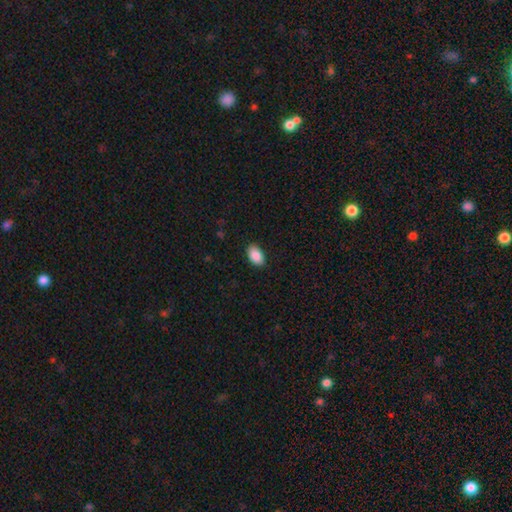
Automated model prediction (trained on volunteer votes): The model was most divided on "merging": none: 87%, minor disturbance: 10%, major disturbance: 2%, merger: 1%. More confident: how rounded — in between (93%); smooth or featured — smooth (89%).